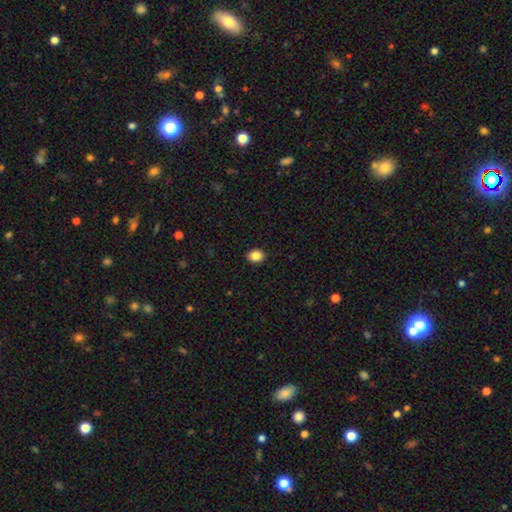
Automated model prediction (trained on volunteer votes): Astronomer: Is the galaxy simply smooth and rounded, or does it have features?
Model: smooth — 87%.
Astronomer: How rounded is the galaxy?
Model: in between — 58% (runner-up: round, 41%).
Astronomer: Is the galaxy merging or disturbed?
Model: none — 90%.